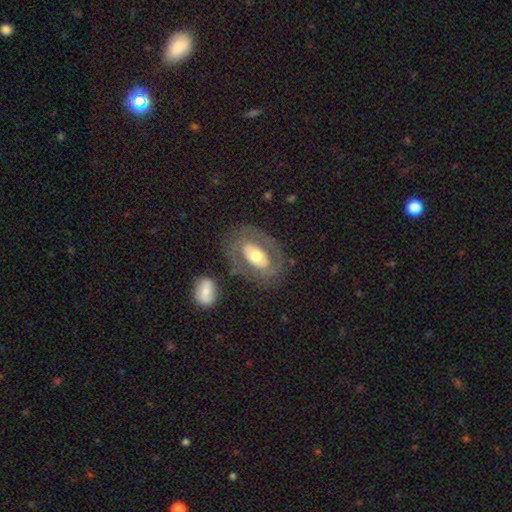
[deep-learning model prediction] A featured or disk galaxy (63%) with no bar (59%), no spiral arms (57%) and a moderate central bulge (60%). Merging: none (70%).